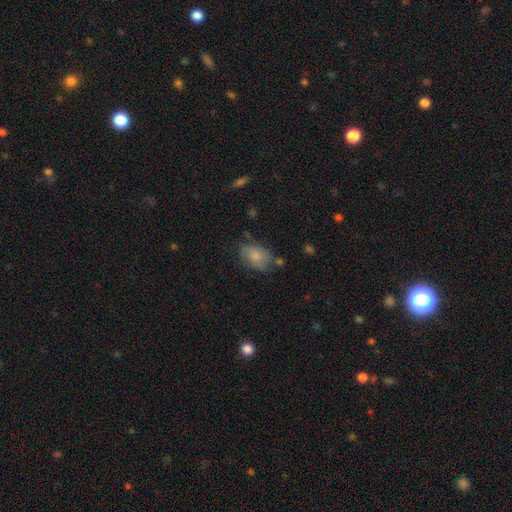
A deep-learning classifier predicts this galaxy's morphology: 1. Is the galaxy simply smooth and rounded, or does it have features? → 74% smooth, 18% featured or disk, 8% star or artifact.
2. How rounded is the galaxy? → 83% in between, 16% round, 2% cigar-shaped.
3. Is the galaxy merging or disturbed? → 61% none, 26% minor disturbance, 9% major disturbance, 5% merger.